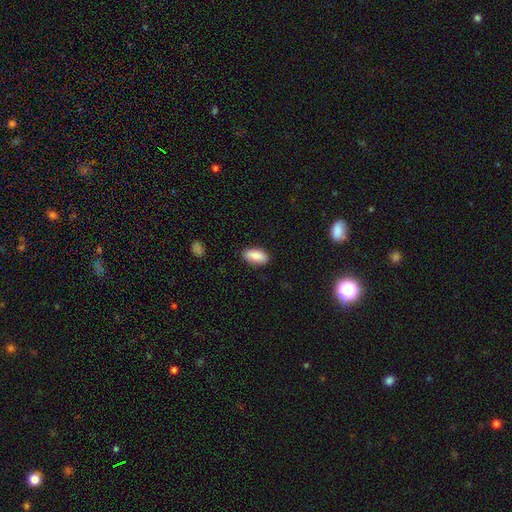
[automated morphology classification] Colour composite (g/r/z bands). It shows a smooth galaxy with no disk features (86%) that is in between round and cigar-shaped (87%). Merging: none (86%).